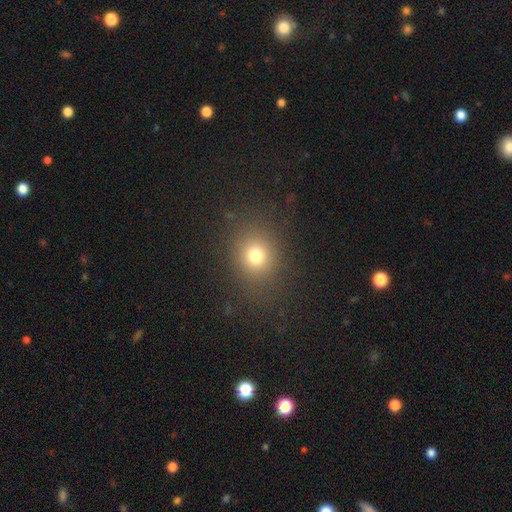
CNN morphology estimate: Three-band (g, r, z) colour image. It shows a smooth galaxy with no disk features (75%) that is round (73%). Merging: none (84%).